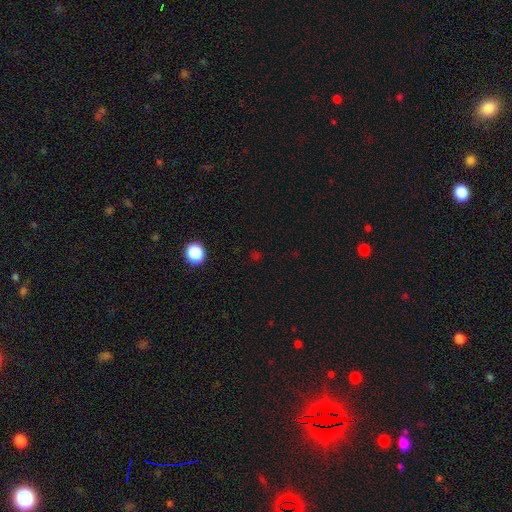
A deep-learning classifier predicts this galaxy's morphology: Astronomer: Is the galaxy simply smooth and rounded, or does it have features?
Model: star or artifact — 56% (runner-up: smooth, 37%).